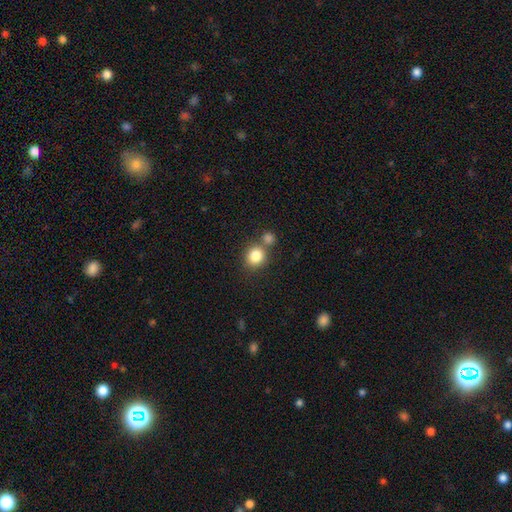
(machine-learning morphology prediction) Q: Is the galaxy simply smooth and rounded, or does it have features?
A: smooth — 83%.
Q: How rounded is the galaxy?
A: round — 82%.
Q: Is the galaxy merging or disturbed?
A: none — 61%.